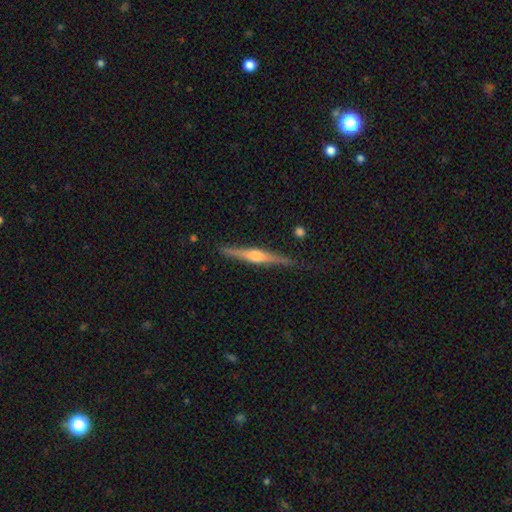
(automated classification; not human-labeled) Smooth or featured? Predicted: featured or disk (p=0.74). Edge-on disk? Predicted: yes (p=0.98). Edge-on bulge? Predicted: rounded (p=0.87). Merging? Predicted: none (p=0.85).